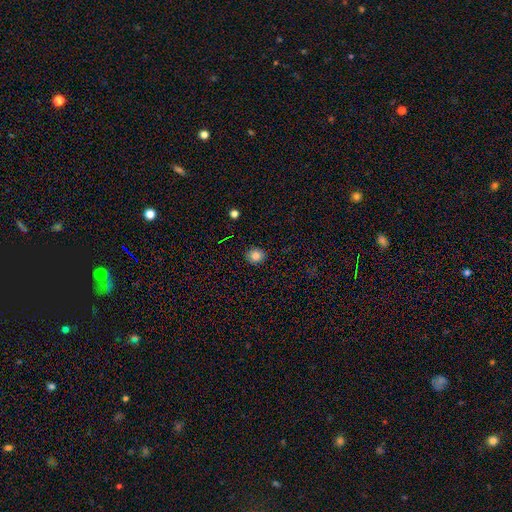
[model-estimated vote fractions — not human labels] The model was most divided on "how rounded": round: 84%, in between: 15%, cigar-shaped: 1%. More confident: merging — none (90%); smooth or featured — smooth (83%).